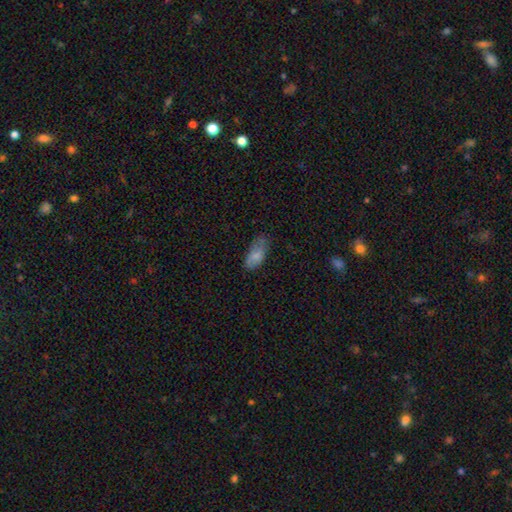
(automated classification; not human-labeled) smooth_or_featured: smooth (p=0.80) [alt: featured or disk p=0.12]
how_rounded: in between (p=0.91) [alt: cigar-shaped p=0.07]
merging: none (p=0.56) [alt: minor disturbance p=0.33]